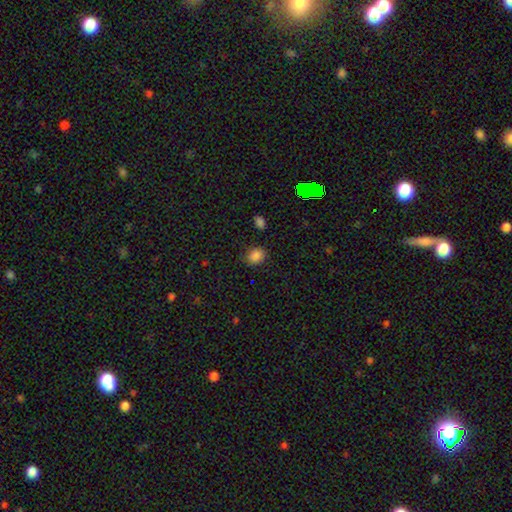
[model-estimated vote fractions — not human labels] smooth-or-featured: smooth: 85% | star or artifact: 11% | featured or disk: 4%
  how-rounded: in between: 55% | round: 44% | cigar-shaped: 1%
  merging: none: 82% | minor disturbance: 13% | major disturbance: 3% | merger: 2%